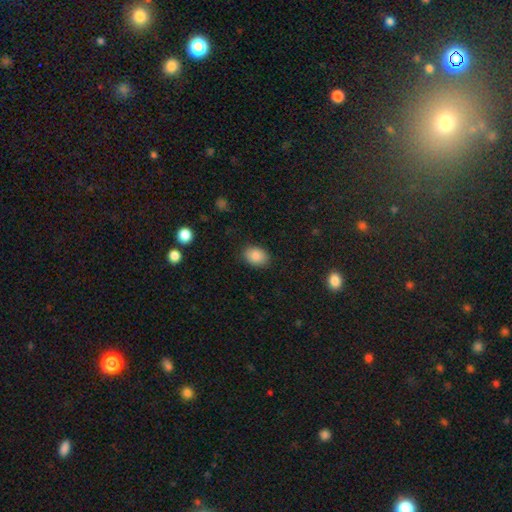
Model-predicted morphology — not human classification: The model was most divided on "how rounded": in between: 78%, round: 21%, cigar-shaped: 1%. More confident: smooth or featured — smooth (87%); merging — none (86%).